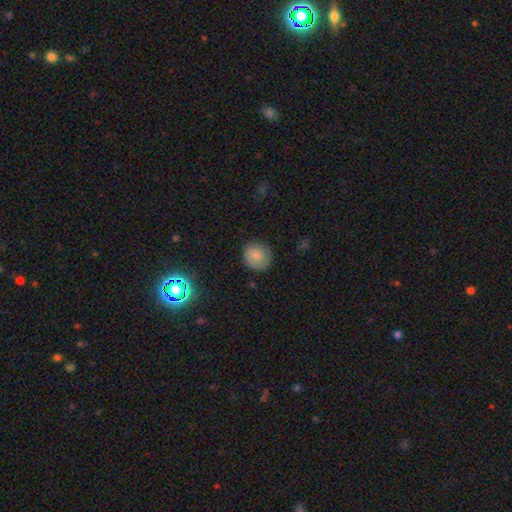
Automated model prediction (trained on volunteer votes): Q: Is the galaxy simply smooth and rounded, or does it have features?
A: smooth — 80%.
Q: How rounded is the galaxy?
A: round — 87%.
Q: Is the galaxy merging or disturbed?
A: none — 81%.